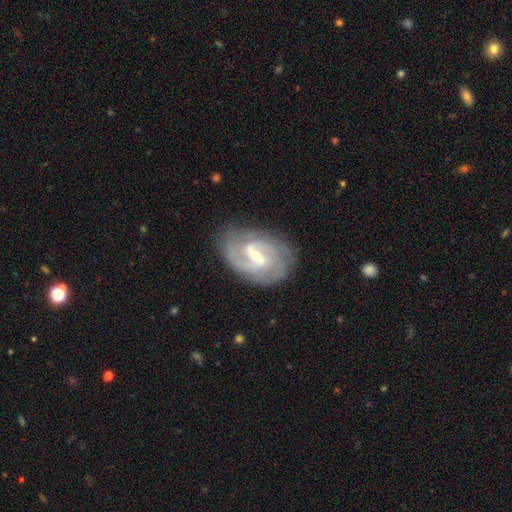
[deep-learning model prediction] This is clearly a featured or disk galaxy (87%). It is clearly not viewed edge-on (97%). Bar: possibly weak (52%). Spiral arm pattern: clearly yes (95%). Spiral arm count: likely 2 (62%). Spiral winding: marginally medium (45%). Central bulge: possibly small (56%). Merging: likely none (78%).